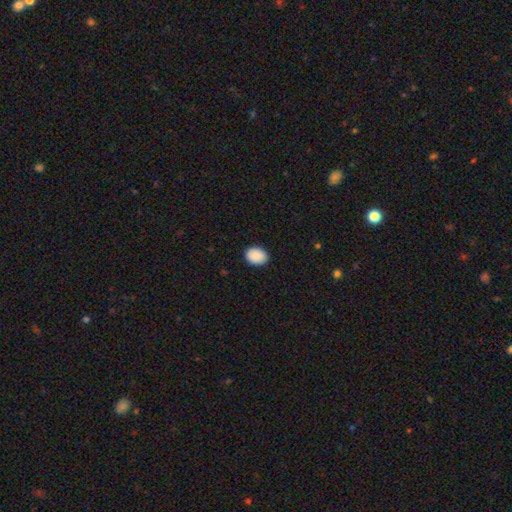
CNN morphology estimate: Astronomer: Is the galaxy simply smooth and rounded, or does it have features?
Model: smooth — 91%.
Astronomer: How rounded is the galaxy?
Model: in between — 66%.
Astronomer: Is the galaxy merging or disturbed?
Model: none — 90%.